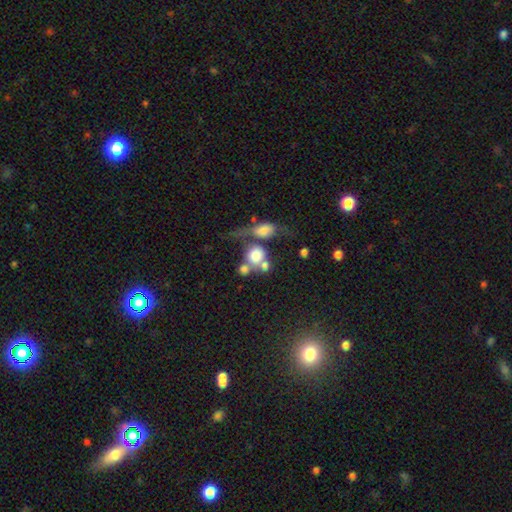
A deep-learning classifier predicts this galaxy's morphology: type=smooth (72%); roundness=round (74%); merging=merger (48%).